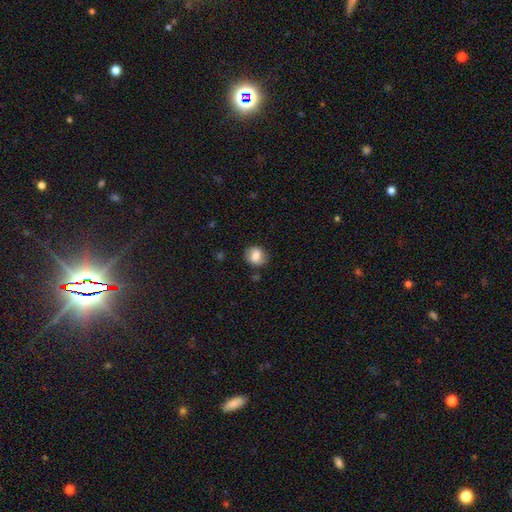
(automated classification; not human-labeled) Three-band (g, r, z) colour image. It shows a smooth galaxy with no disk features (74%) that is round (61%). Merging: none (77%).